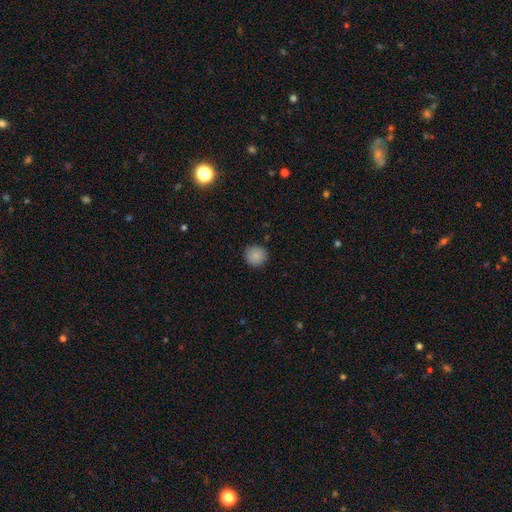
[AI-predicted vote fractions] Smooth or featured? Predicted: smooth (p=0.87). How rounded? Predicted: round (p=0.94). Merging? Predicted: none (p=0.91).